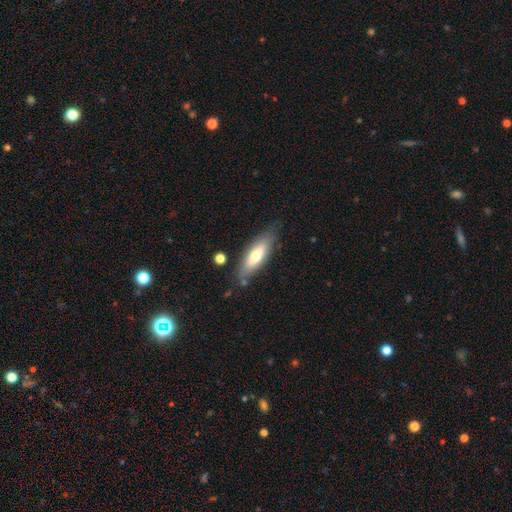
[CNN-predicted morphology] type=smooth (62%); roundness=in between (50%); merging=none (76%).